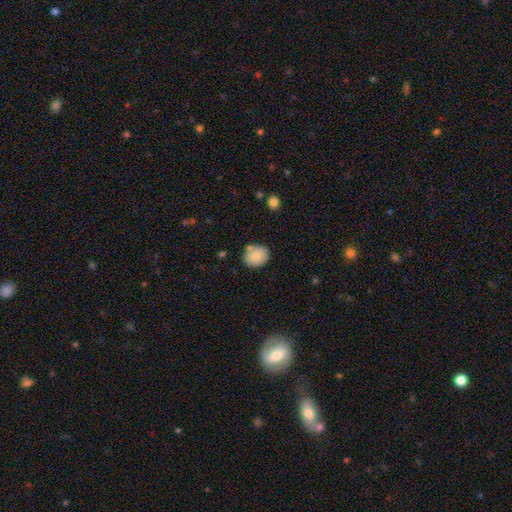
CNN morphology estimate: Overall: smooth (84%). How rounded: round (59%; in between 40%). Merging: none (75%).